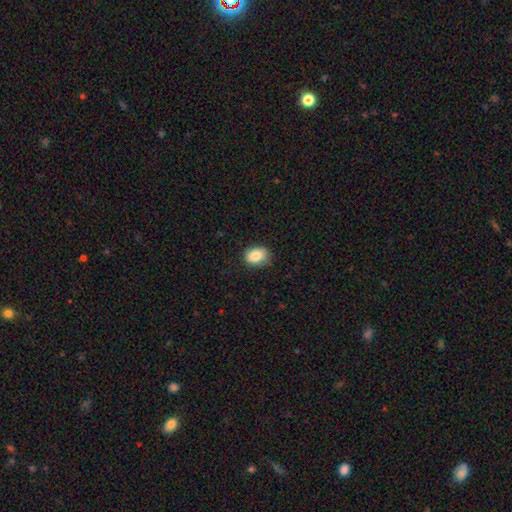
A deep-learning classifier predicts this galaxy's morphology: The model was most divided on "how rounded": in between: 65%, round: 34%, cigar-shaped: 1%. More confident: smooth or featured — smooth (84%); merging — none (77%).